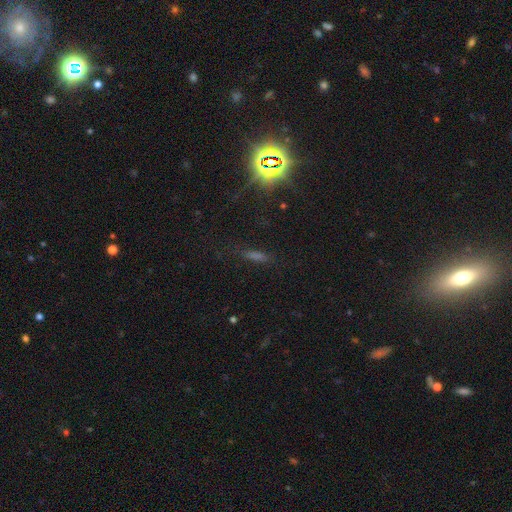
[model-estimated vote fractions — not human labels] A star or artifact, not a galaxy (40%, tied with smooth).